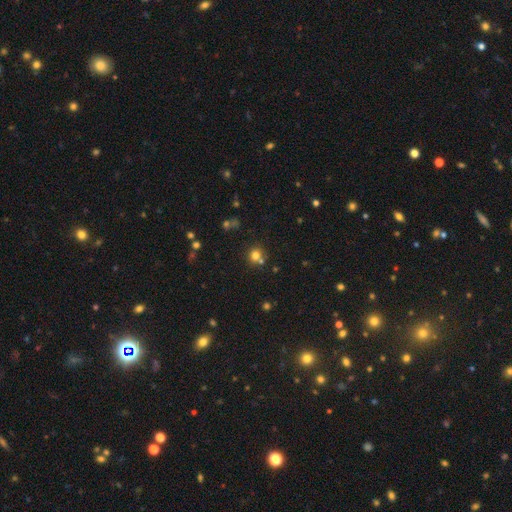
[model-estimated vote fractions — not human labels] A smooth galaxy with no disk features (72%) that is round (88%).

Vote fractions:
- Smooth or featured? smooth: 72% / star or artifact: 19% / featured or disk: 9%
- How rounded? round: 88% / in between: 11% / cigar-shaped: 1%
- Merging? none: 66% / merger: 22% / minor disturbance: 9% / major disturbance: 3%